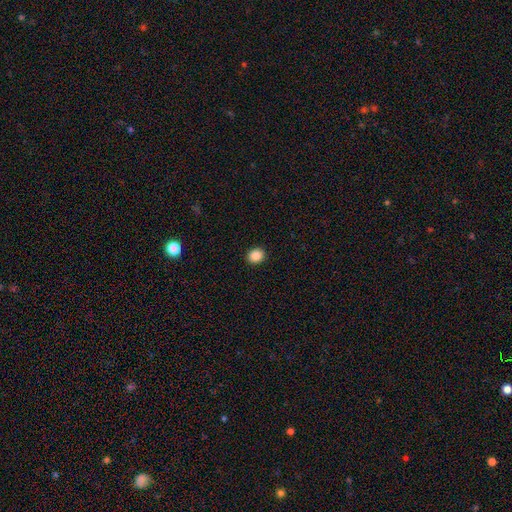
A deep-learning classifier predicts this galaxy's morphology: smooth-or-featured: smooth: 88% | star or artifact: 9% | featured or disk: 3%
  how-rounded: round: 71% | in between: 29% | cigar-shaped: 1%
  merging: none: 92% | minor disturbance: 5% | major disturbance: 2% | merger: 1%